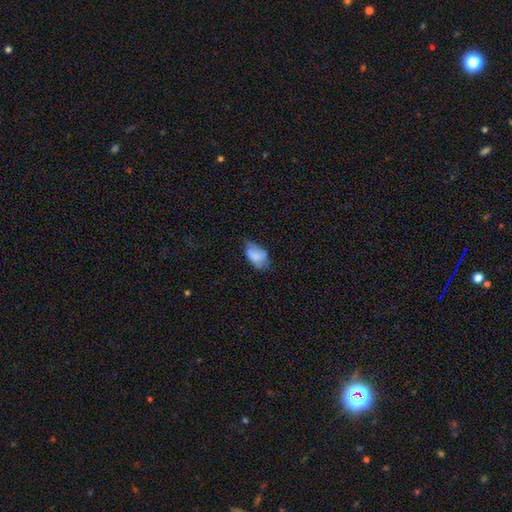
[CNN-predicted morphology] smooth-or-featured: smooth: 72% | featured or disk: 20% | star or artifact: 8%
  how-rounded: in between: 93% | round: 5% | cigar-shaped: 2%
  merging: none: 44% | minor disturbance: 37% | major disturbance: 14% | merger: 5%